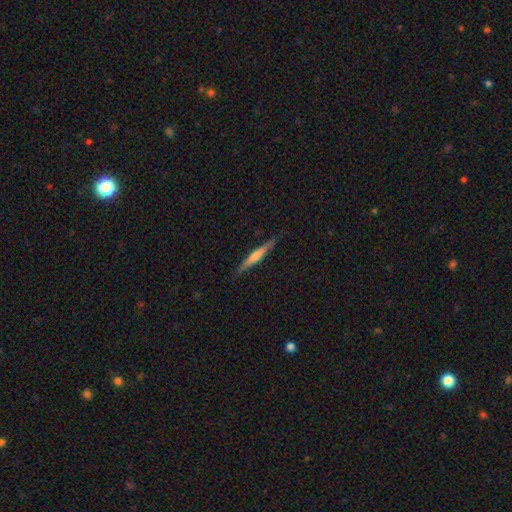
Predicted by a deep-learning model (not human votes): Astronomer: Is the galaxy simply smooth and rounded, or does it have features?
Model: featured or disk — 55% (runner-up: smooth, 40%).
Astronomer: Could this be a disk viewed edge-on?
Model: yes — 97%.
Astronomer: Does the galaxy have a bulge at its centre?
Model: rounded — 67%.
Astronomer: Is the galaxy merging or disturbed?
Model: none — 88%.